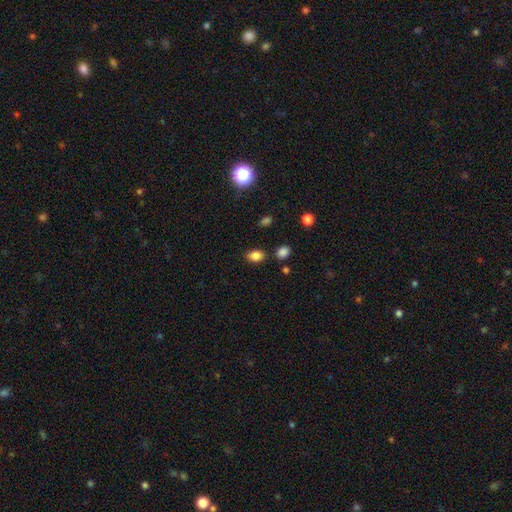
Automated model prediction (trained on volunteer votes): Q: Smooth or featured?
A: smooth (84%); runner-up: star or artifact (11%)
Q: How rounded?
A: in between (81%); runner-up: round (17%)
Q: Merging?
A: none (82%); runner-up: minor disturbance (11%)